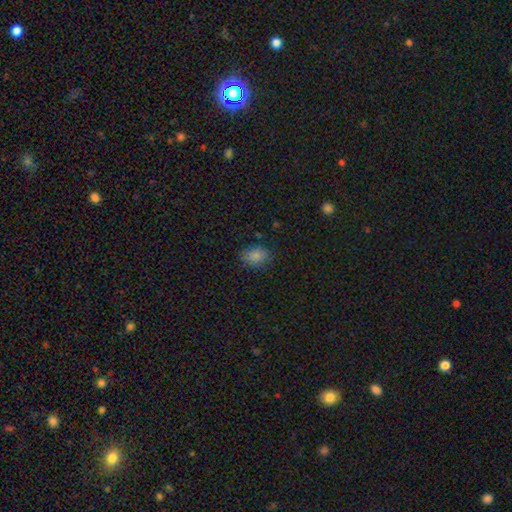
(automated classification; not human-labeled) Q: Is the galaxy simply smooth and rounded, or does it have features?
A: smooth — 84%.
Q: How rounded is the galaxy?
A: in between — 73%.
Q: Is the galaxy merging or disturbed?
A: none — 79%.